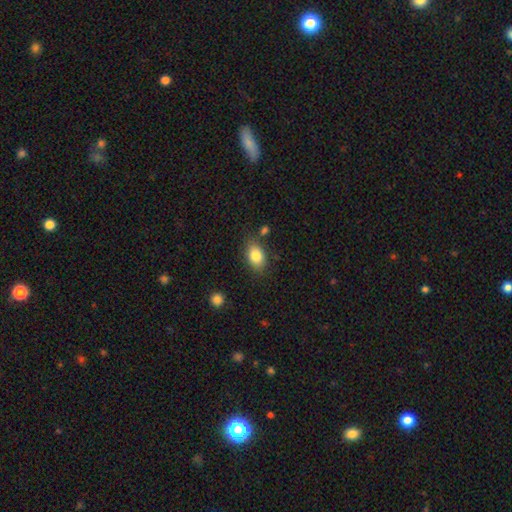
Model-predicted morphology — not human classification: smooth 84%, featured or disk 8%, star or artifact 8%. Down the decision tree: how rounded — in between (84%); merging — none (78%).